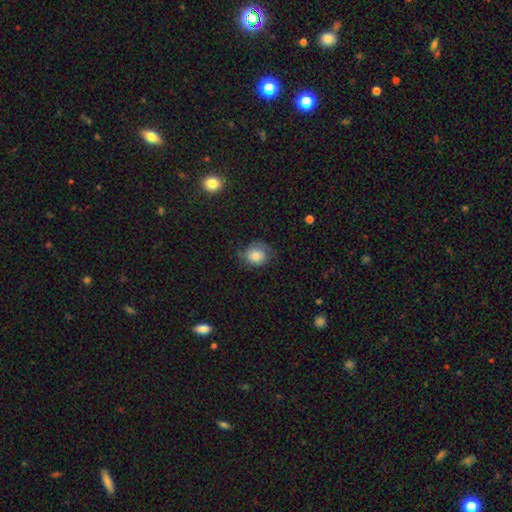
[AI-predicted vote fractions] This appears to be a smooth galaxy with no disk features (71%) that is round (73%). Merging: none (60%).